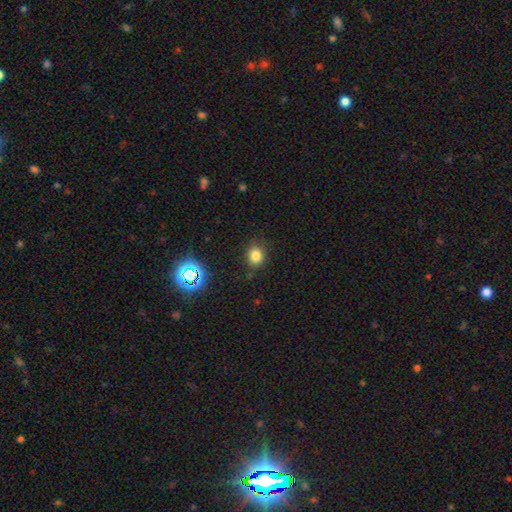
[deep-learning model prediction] The model was most divided on "how rounded": round: 72%, in between: 27%, cigar-shaped: 1%. More confident: merging — none (83%); smooth or featured — smooth (78%).